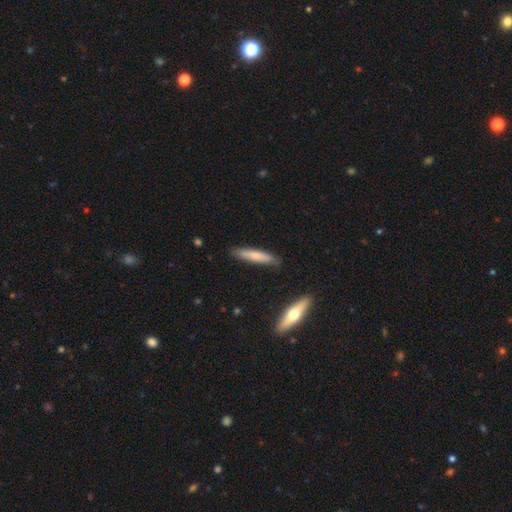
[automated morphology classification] smooth_or_featured: smooth (p=0.68) [alt: featured or disk p=0.26]
how_rounded: cigar-shaped (p=0.88) [alt: in between p=0.11]
merging: none (p=0.87) [alt: minor disturbance p=0.10]